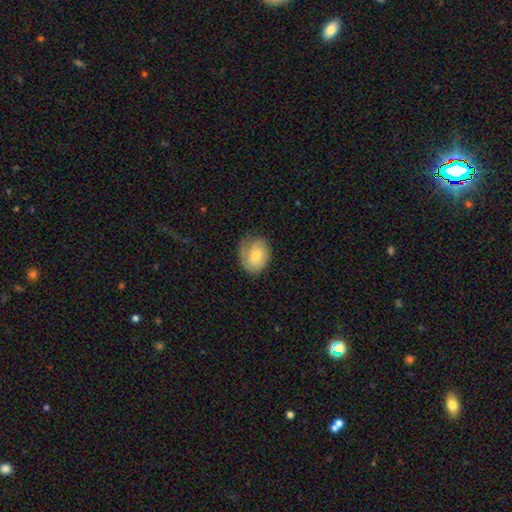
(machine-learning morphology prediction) smooth 49%, featured or disk 44%, star or artifact 7%. Down the decision tree: merging — none (58%).